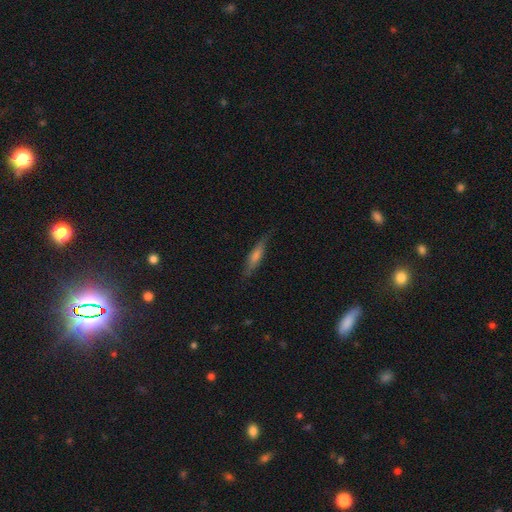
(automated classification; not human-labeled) Overall: featured or disk (52%; smooth 35%). Edge-on disk: yes (87%). Merging: none (81%).